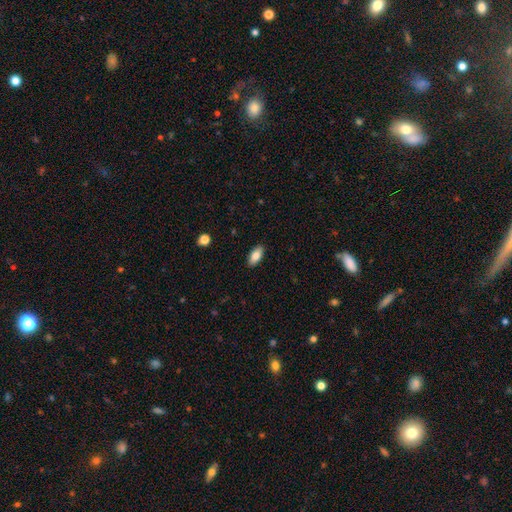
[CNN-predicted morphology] The model was most divided on "smooth or featured": smooth: 84%, featured or disk: 9%, star or artifact: 7%. More confident: how rounded — in between (90%); merging — none (89%).